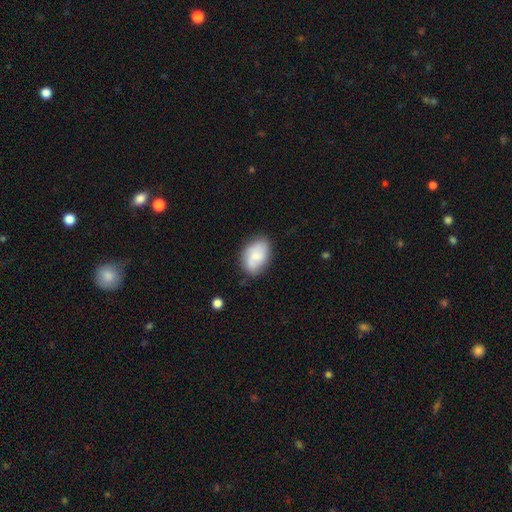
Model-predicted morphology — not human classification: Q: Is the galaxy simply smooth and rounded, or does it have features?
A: smooth — 58%.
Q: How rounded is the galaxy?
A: in between — 82%.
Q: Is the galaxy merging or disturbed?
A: none — 71%.